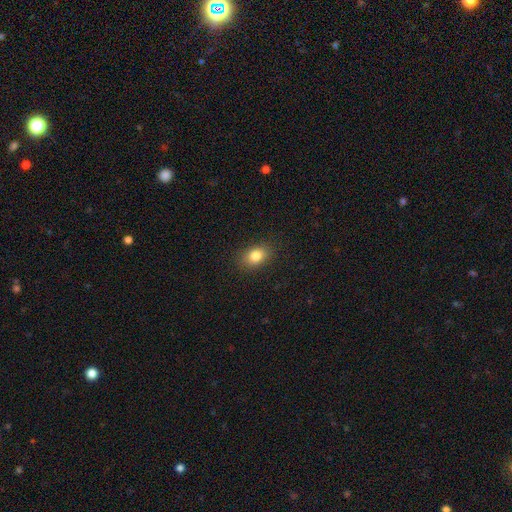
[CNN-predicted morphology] Smooth or featured? Predicted: smooth (p=0.82). How rounded? Predicted: in between (p=0.76). Merging? Predicted: none (p=0.88).